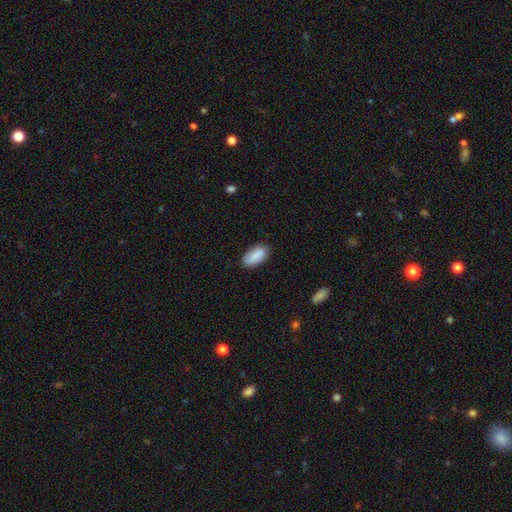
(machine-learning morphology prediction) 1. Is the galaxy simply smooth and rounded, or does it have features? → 88% smooth, 6% star or artifact, 5% featured or disk.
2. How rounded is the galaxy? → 90% in between, 7% cigar-shaped, 2% round.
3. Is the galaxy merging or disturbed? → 82% none, 14% minor disturbance, 3% major disturbance, 1% merger.